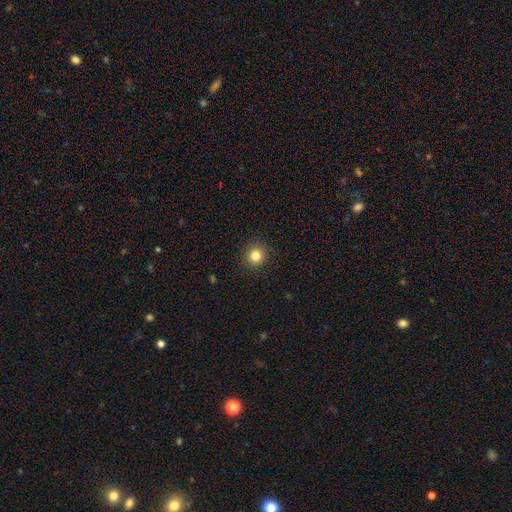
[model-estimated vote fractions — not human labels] Smooth or featured?
  - smooth: 83% *
  - star or artifact: 12%
  - featured or disk: 5%
How rounded?
  - round: 93% *
  - in between: 6%
  - cigar-shaped: 1%
Merging?
  - none: 92% *
  - minor disturbance: 5%
  - major disturbance: 2%
  - merger: 1%